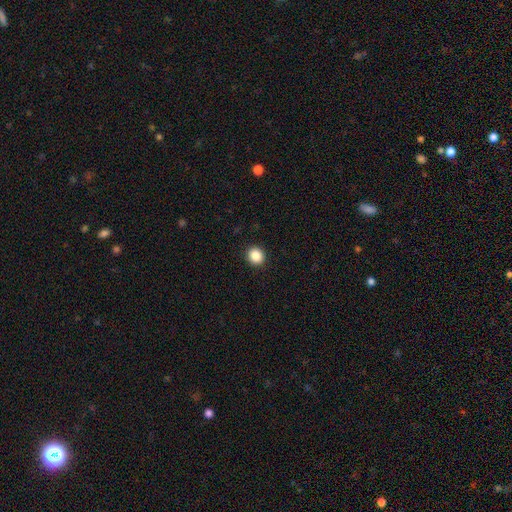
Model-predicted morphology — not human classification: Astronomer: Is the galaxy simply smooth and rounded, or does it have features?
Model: smooth — 87%.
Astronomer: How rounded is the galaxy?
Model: round — 86%.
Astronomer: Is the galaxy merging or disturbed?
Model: none — 93%.